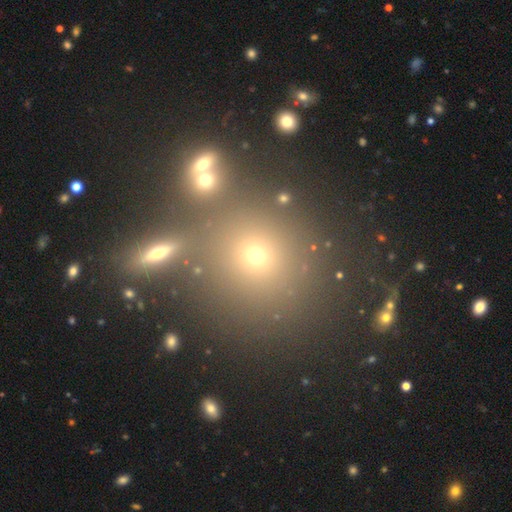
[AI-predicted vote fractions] smooth_or_featured: smooth (p=0.66) [alt: star or artifact p=0.24]
how_rounded: round (p=0.81) [alt: in between p=0.17]
merging: none (p=0.69) [alt: merger p=0.18]